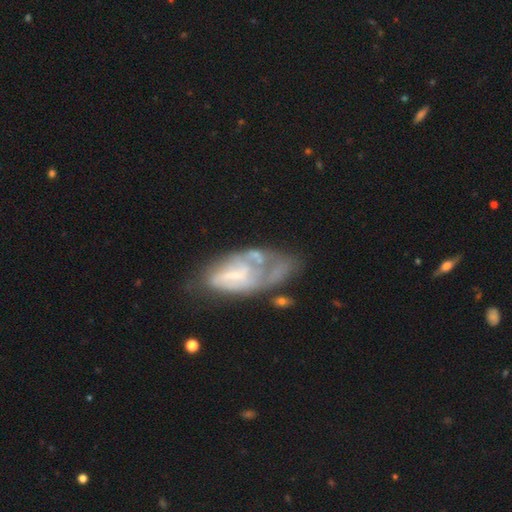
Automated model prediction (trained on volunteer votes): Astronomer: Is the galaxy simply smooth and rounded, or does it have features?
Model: featured or disk — 65%.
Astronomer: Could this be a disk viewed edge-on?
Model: no — 92%.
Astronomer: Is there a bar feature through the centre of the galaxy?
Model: no — 56% (runner-up: weak, 32%).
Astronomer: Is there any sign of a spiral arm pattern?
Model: yes — 54% (runner-up: no, 46%).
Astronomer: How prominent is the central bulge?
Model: none — 38% (runner-up: small, 35%).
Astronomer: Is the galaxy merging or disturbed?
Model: none — 35% (runner-up: major disturbance, 28%).